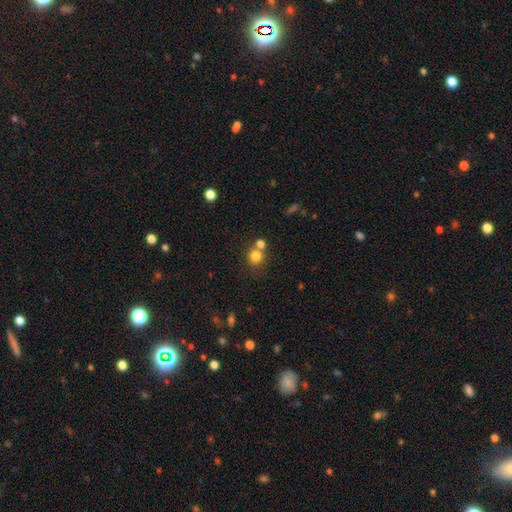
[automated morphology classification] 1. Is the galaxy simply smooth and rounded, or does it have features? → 80% smooth, 13% star or artifact, 7% featured or disk.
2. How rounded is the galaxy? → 87% round, 12% in between, 1% cigar-shaped.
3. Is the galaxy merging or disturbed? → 58% none, 30% merger, 8% minor disturbance, 3% major disturbance.